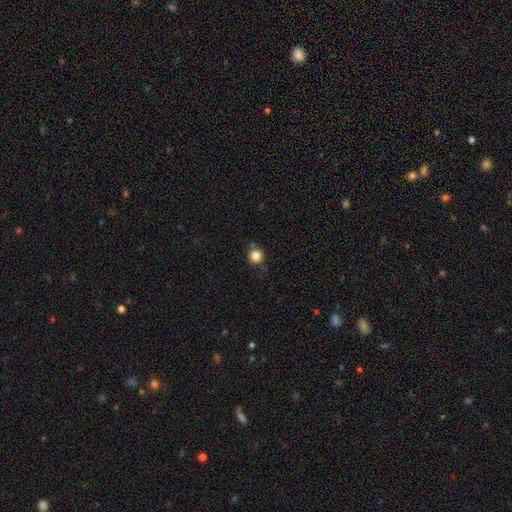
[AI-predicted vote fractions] smooth_or_featured: smooth (p=0.84) [alt: star or artifact p=0.11]
how_rounded: round (p=0.93) [alt: in between p=0.06]
merging: none (p=0.75) [alt: minor disturbance p=0.13]